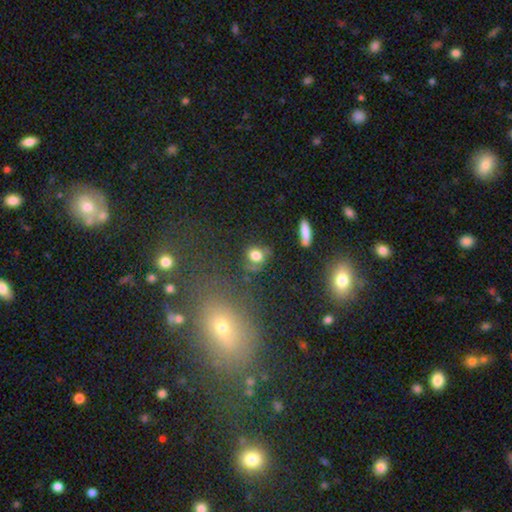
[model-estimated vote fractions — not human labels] smooth 76%, star or artifact 13%, featured or disk 11%. Down the decision tree: how rounded — round (61%); merging — none (64%).